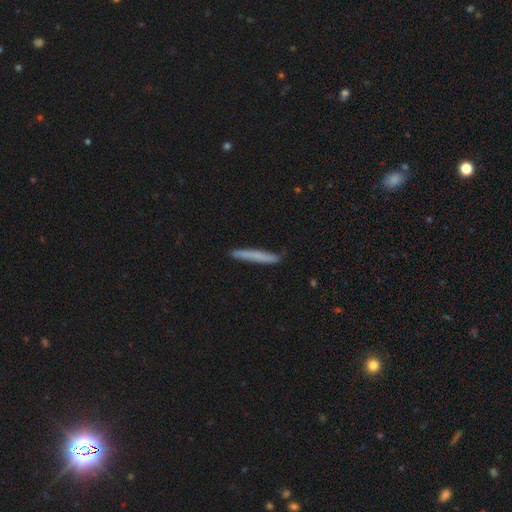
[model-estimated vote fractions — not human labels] Smooth or featured? Predicted: smooth (p=0.66). How rounded? Predicted: cigar-shaped (p=0.96). Merging? Predicted: none (p=0.84).